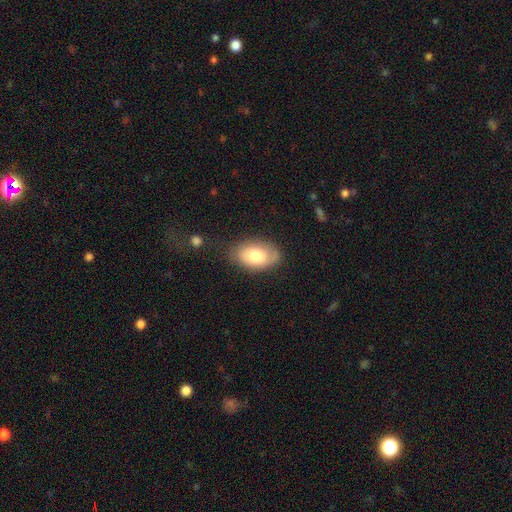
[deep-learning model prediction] This is likely a smooth galaxy (74%). How rounded: clearly in between (92%). Merging: likely none (74%).